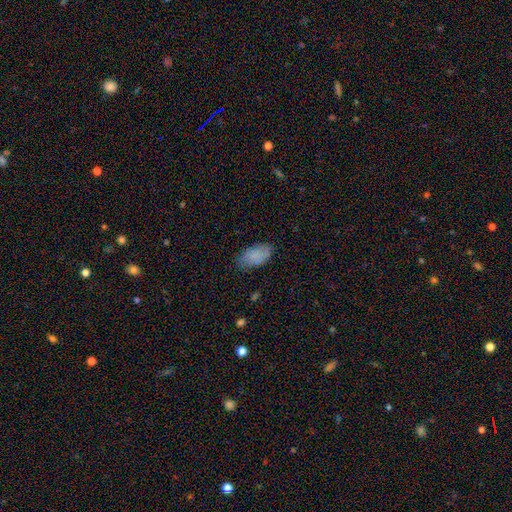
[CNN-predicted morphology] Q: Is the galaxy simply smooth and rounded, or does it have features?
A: smooth — 85%.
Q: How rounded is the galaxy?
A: in between — 95%.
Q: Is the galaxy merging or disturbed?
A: none — 76%.